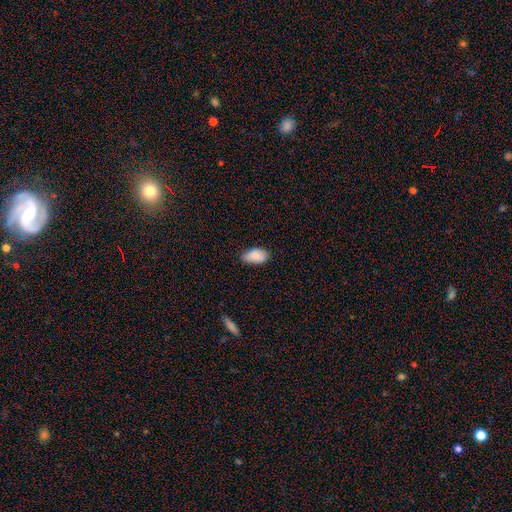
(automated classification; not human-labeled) Overall: smooth (88%). How rounded: in between (94%). Merging: none (73%).